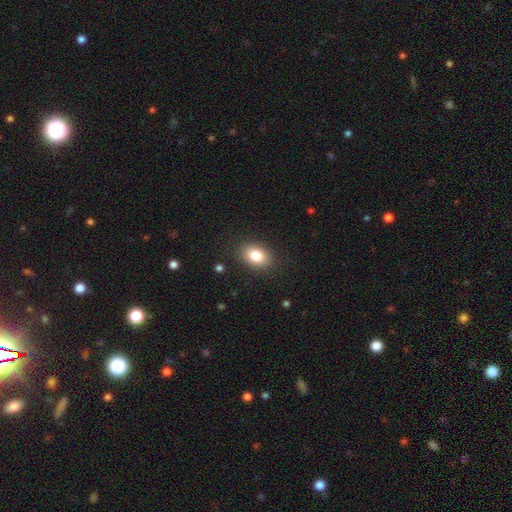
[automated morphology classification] A smooth galaxy with no disk features (82%) that is in between round and cigar-shaped (76%).

Vote fractions:
- Smooth or featured? smooth: 82% / star or artifact: 9% / featured or disk: 9%
- How rounded? in between: 76% / round: 22% / cigar-shaped: 1%
- Merging? none: 87% / minor disturbance: 9% / major disturbance: 3% / merger: 1%